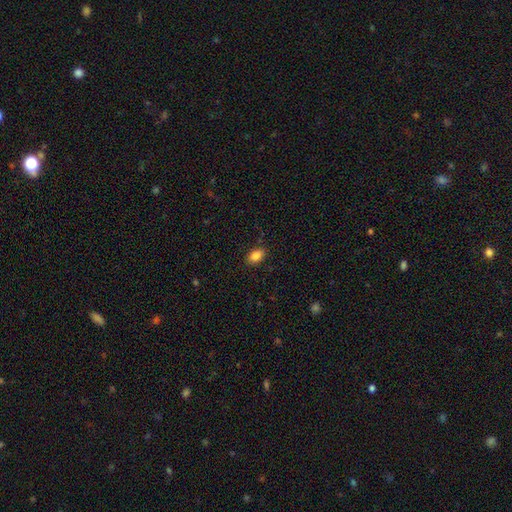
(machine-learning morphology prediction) Smooth or featured: smooth — 86% (star or artifact — 9%)
How rounded: in between — 88% (round — 11%)
Merging: none — 86% (minor disturbance — 10%)